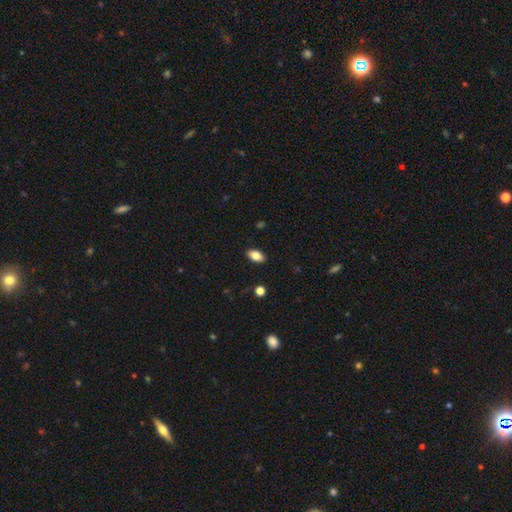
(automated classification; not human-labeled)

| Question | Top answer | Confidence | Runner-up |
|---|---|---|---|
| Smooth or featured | smooth | 81% | featured or disk (11%) |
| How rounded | in between | 91% | round (5%) |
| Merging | none | 89% | minor disturbance (8%) |